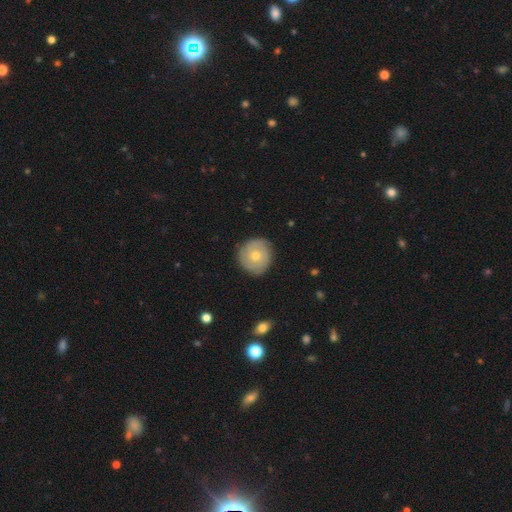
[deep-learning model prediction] smooth-or-featured: smooth: 49% | featured or disk: 44% | star or artifact: 7%
  merging: none: 84% | minor disturbance: 12% | major disturbance: 3% | merger: 1%